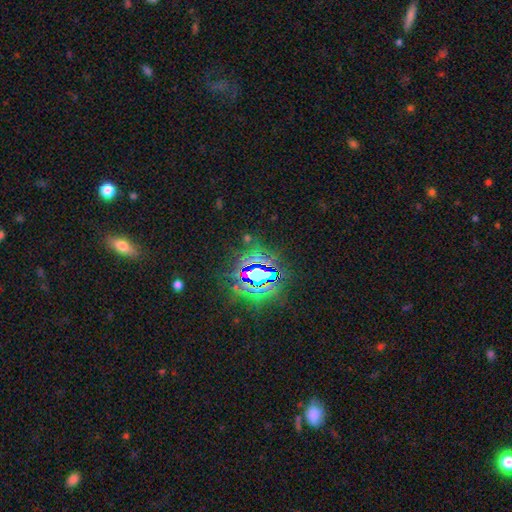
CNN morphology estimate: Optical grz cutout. It shows a star or artifact, not a galaxy (81%).